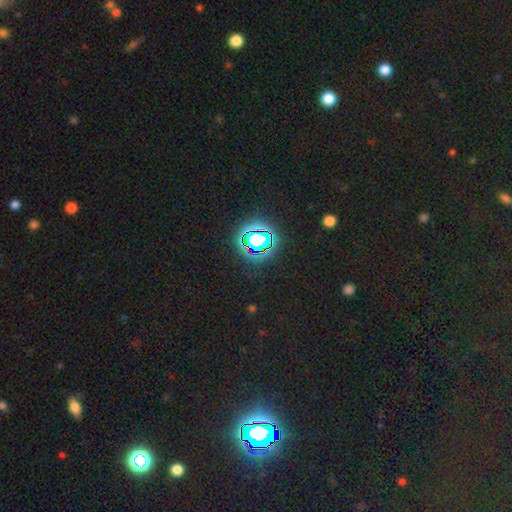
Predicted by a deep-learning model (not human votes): Morphology: type=star or artifact (80%).